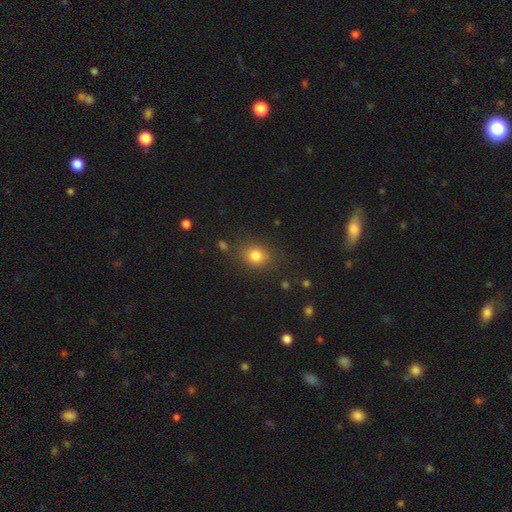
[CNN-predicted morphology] smooth 81%, star or artifact 12%, featured or disk 7%. Down the decision tree: how rounded — round (54%); merging — none (80%).